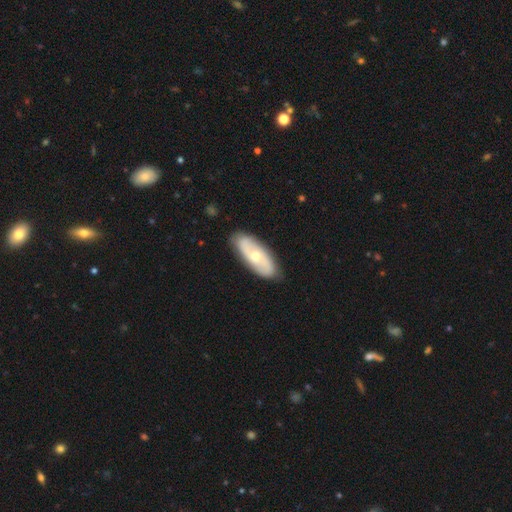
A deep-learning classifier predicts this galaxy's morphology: smooth-or-featured: featured or disk: 61% | smooth: 34% | star or artifact: 5%
  disk-edge-on: no: 84% | yes: 16%
    bar: no: 75% | weak: 19% | strong: 6%
    has-spiral-arms: yes: 64% | no: 36%
    bulge-size: moderate: 62% | small: 33% | large: 3% | none: 1% | dominant: 1%
  merging: none: 86% | minor disturbance: 11% | major disturbance: 2% | merger: 1%